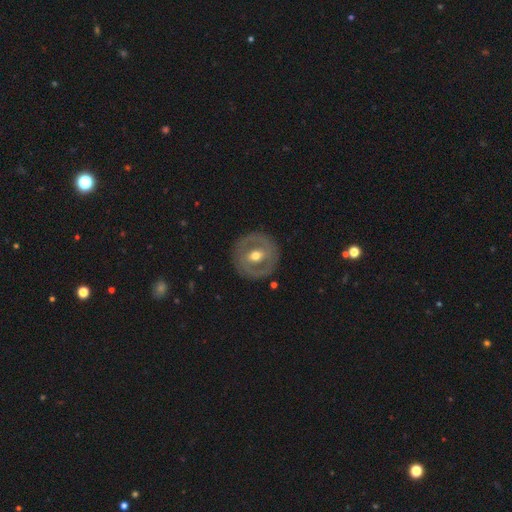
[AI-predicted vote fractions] Smooth or featured: featured or disk — 69% (smooth — 26%)
Edge-on disk: no — 96% (yes — 4%)
Bar: weak — 45% (no — 31%)
Spiral arms: no — 56% (yes — 44%)
Bulge size: moderate — 76% (small — 16%)
Merging: none — 85% (minor disturbance — 10%)